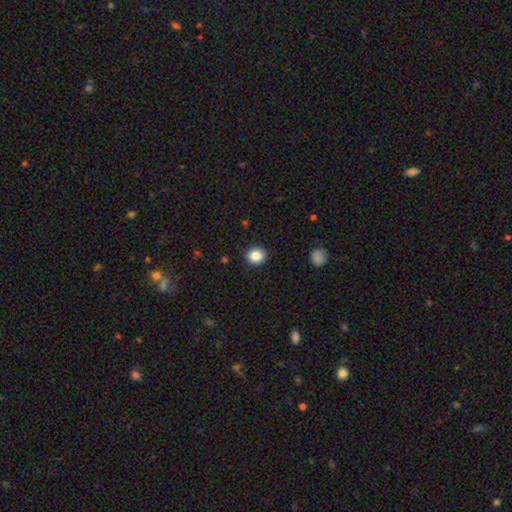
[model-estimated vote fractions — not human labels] Q: Smooth or featured?
A: smooth (86%); runner-up: star or artifact (10%)
Q: How rounded?
A: round (82%); runner-up: in between (17%)
Q: Merging?
A: none (91%); runner-up: minor disturbance (6%)